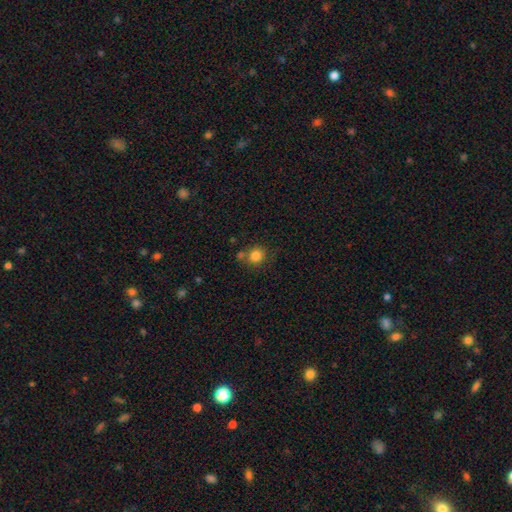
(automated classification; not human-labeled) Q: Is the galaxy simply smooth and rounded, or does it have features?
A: smooth — 83%.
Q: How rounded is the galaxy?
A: round — 87%.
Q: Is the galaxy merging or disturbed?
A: none — 67%.